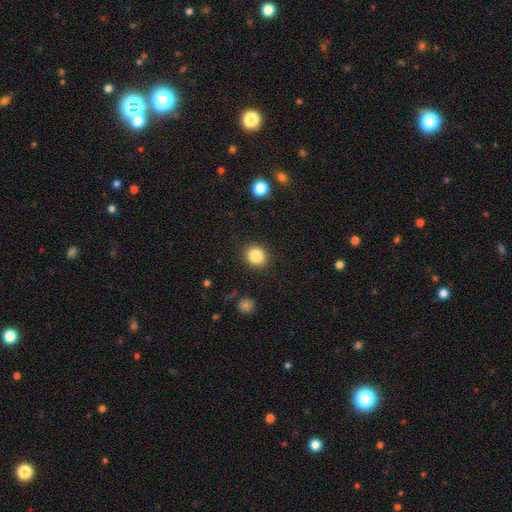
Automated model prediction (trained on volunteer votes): A smooth galaxy with no disk features (85%) that is round (79%).

Vote fractions:
- Smooth or featured? smooth: 85% / star or artifact: 10% / featured or disk: 5%
- How rounded? round: 79% / in between: 20% / cigar-shaped: 1%
- Merging? none: 90% / minor disturbance: 6% / major disturbance: 2% / merger: 1%